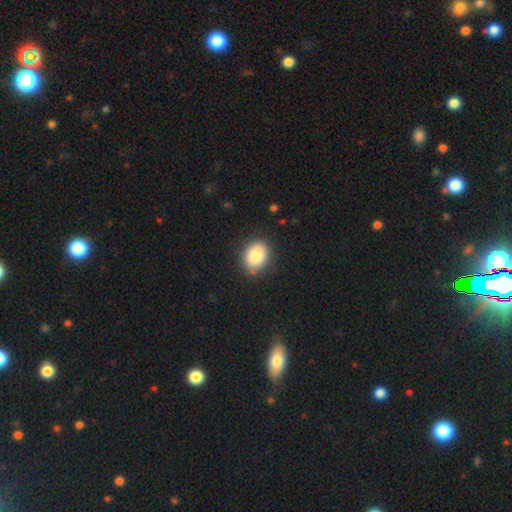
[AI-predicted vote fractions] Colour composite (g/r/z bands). It shows a smooth galaxy with no disk features (85%) that is in between round and cigar-shaped (58%). Merging: none (84%).